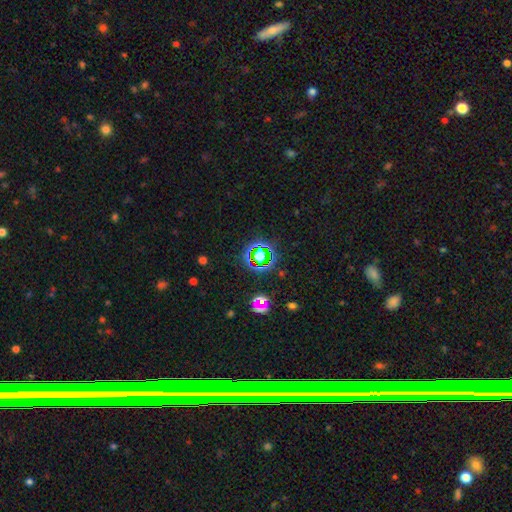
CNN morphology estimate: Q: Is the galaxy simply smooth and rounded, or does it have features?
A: star or artifact — 69%.